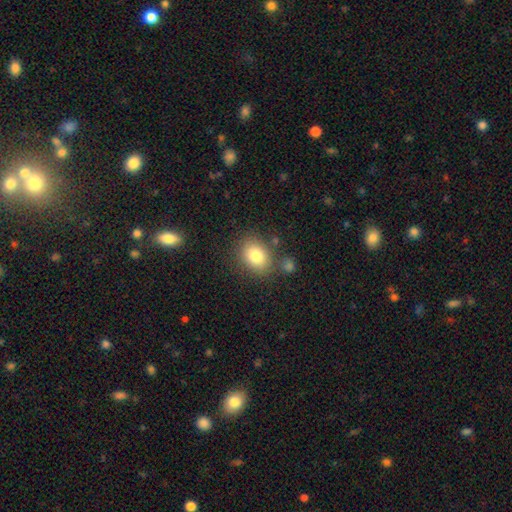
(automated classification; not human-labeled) Overall: smooth (81%). How rounded: in between (54%; round 45%). Merging: none (76%).